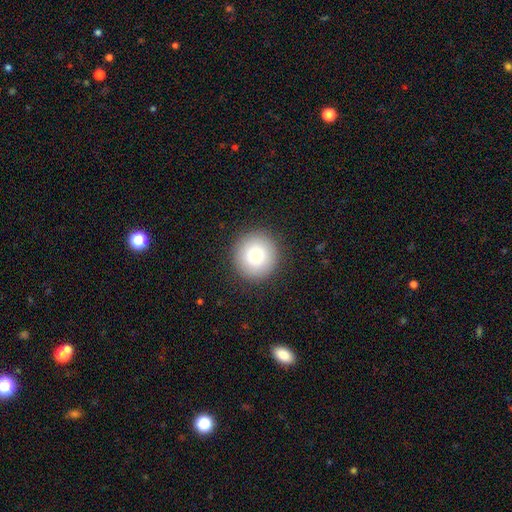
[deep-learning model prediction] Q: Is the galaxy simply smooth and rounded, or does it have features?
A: smooth — 78%.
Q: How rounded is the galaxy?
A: round — 95%.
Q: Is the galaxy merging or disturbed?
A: none — 91%.